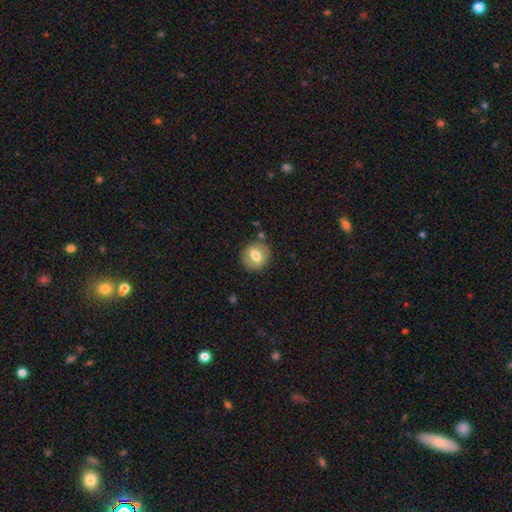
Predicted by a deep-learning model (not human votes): Morphology: type=smooth (69%); roundness=round (81%); merging=none (84%).